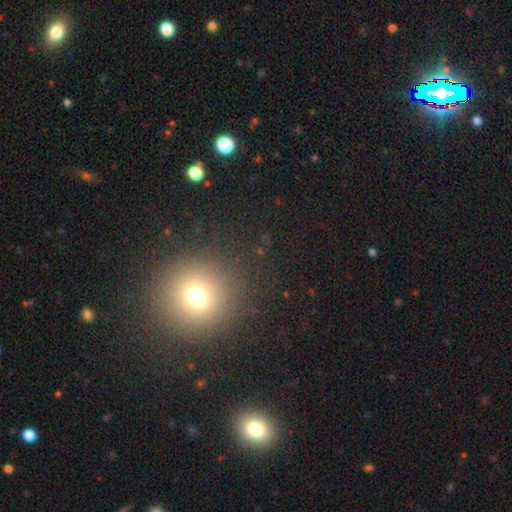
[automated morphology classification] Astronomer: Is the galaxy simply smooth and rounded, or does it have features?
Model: smooth — 55% (runner-up: star or artifact, 37%).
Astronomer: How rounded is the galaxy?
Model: round — 94%.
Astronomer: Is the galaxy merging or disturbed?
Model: none — 91%.